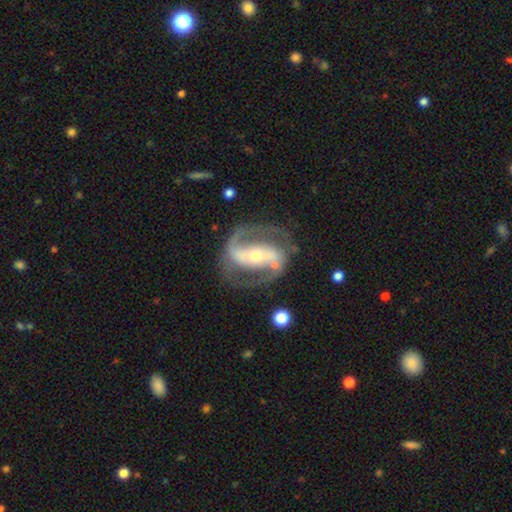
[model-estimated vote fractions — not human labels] A featured or disk galaxy (89%) with a strong bar (61%), 2 (91%) medium (55%) spiral arms (92%) and a moderate central bulge (52%). Merging: none (77%).